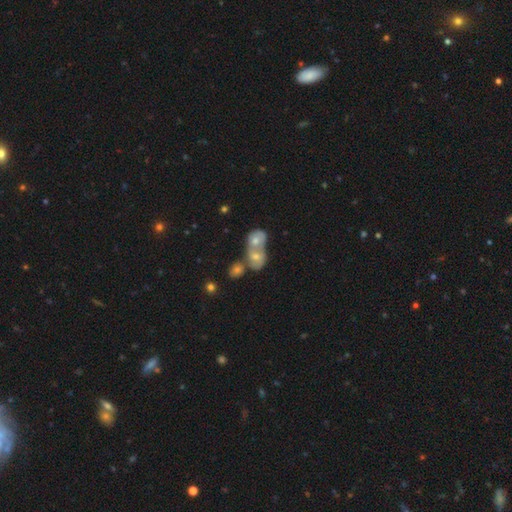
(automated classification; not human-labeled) smooth_or_featured: featured or disk (p=0.45) [alt: smooth p=0.37]
merging: merger (p=0.65) [alt: none p=0.23]